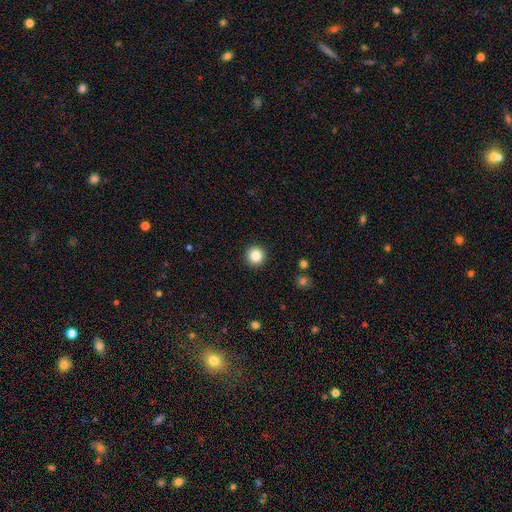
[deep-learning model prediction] This is clearly a smooth galaxy (85%). How rounded: clearly round (96%). Merging: clearly none (93%).